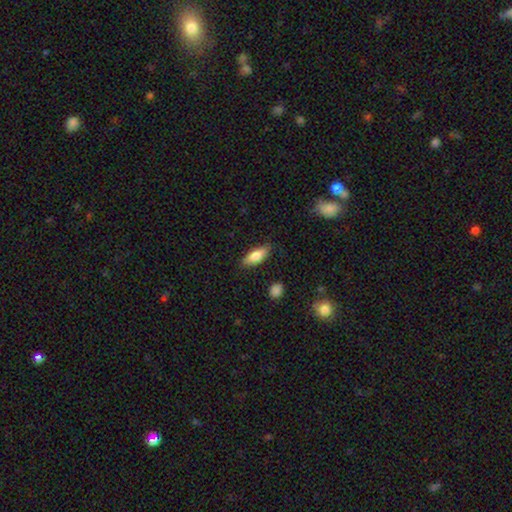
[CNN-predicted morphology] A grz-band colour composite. It shows a smooth galaxy with no disk features (78%) that is in between round and cigar-shaped (69%). Merging: none (84%).